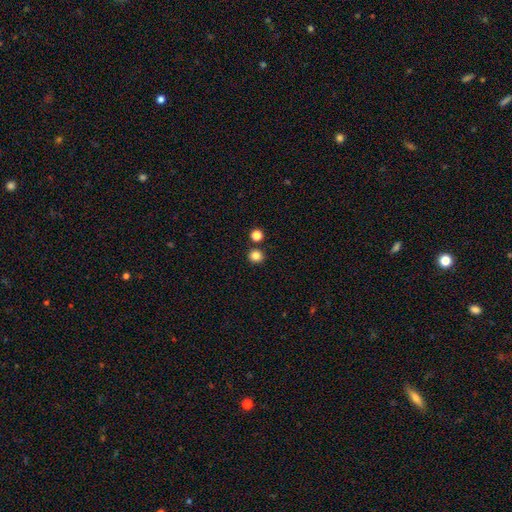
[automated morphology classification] Q: Smooth or featured?
A: smooth (83%); runner-up: star or artifact (13%)
Q: How rounded?
A: round (91%); runner-up: in between (8%)
Q: Merging?
A: none (84%); runner-up: merger (7%)